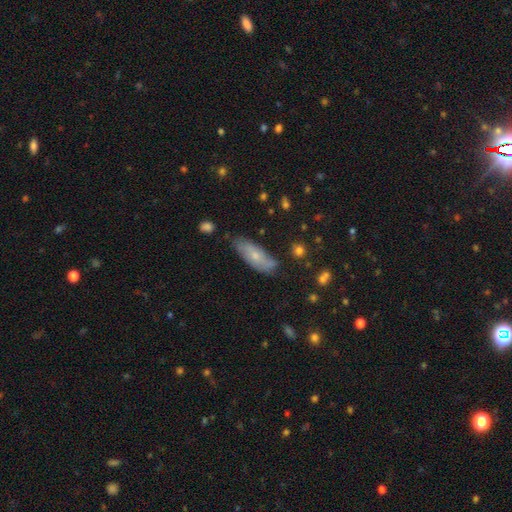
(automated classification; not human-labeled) Morphology: type=smooth (55%); roundness=in between (68%); merging=none (67%).